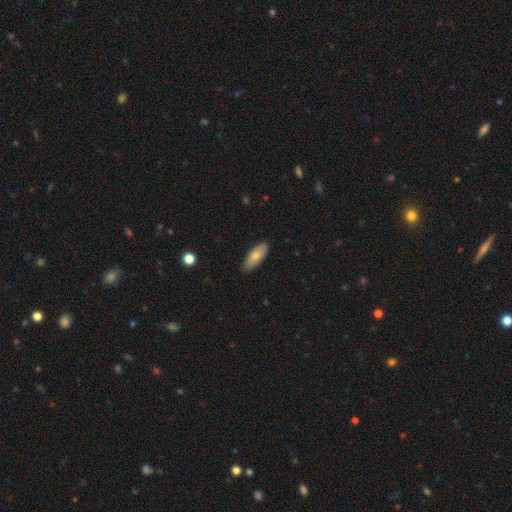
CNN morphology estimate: A smooth galaxy with no disk features (76%) that is in between round and cigar-shaped (74%).

Vote fractions:
- Smooth or featured? smooth: 76% / featured or disk: 18% / star or artifact: 6%
- How rounded? in between: 74% / cigar-shaped: 23% / round: 2%
- Merging? none: 84% / minor disturbance: 13% / major disturbance: 2% / merger: 1%